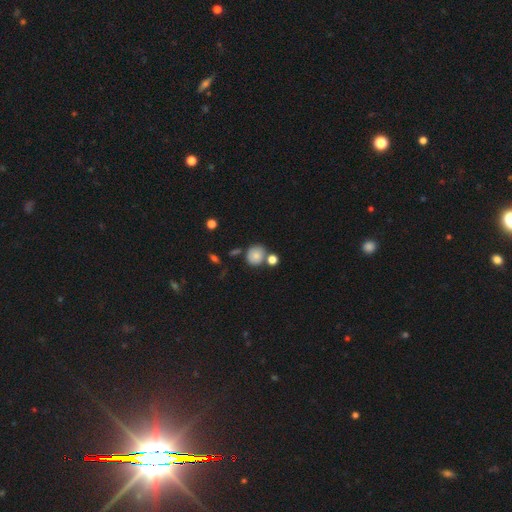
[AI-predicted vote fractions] This is likely a smooth galaxy (80%). How rounded: likely round (80%). Merging: likely none (66%).